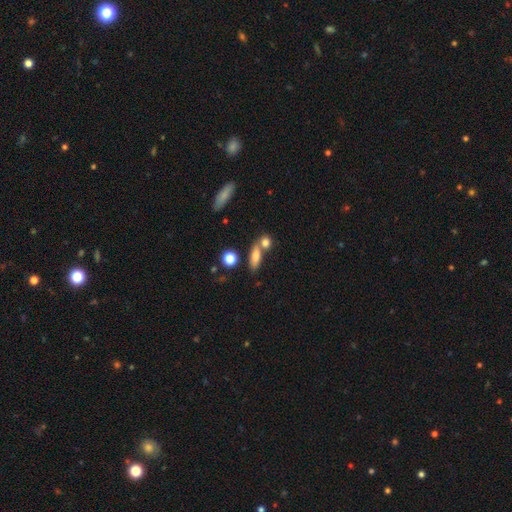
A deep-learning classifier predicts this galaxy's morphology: Smooth or featured: smooth — 75% (featured or disk — 16%)
How rounded: in between — 57% (cigar-shaped — 34%)
Merging: none — 54% (merger — 30%)